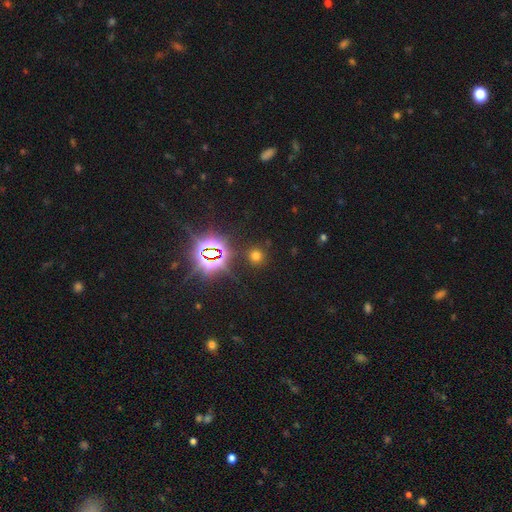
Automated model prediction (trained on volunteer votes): smooth 57%, star or artifact 36%, featured or disk 7%. Down the decision tree: how rounded — round (89%); merging — none (86%).